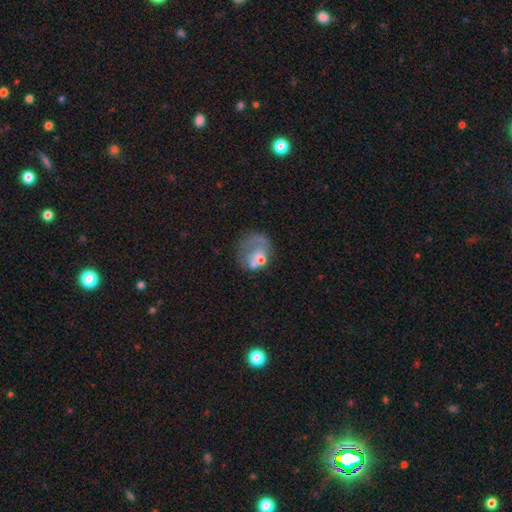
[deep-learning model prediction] Q: Smooth or featured?
A: featured or disk (46%); runner-up: smooth (40%)
Q: Merging?
A: none (33%); tied with: major disturbance (33%)